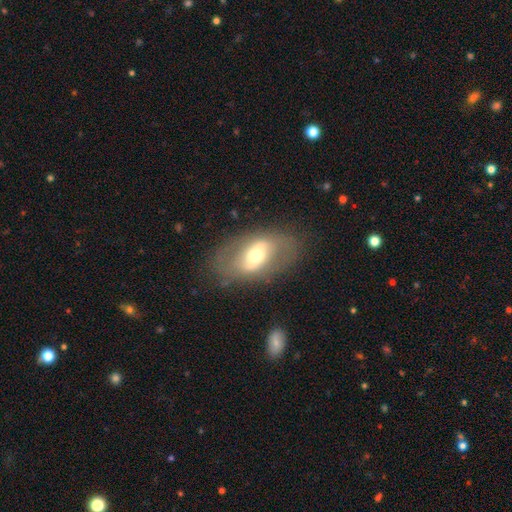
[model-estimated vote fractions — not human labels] A featured or disk galaxy (56%). Merging: none (73%).